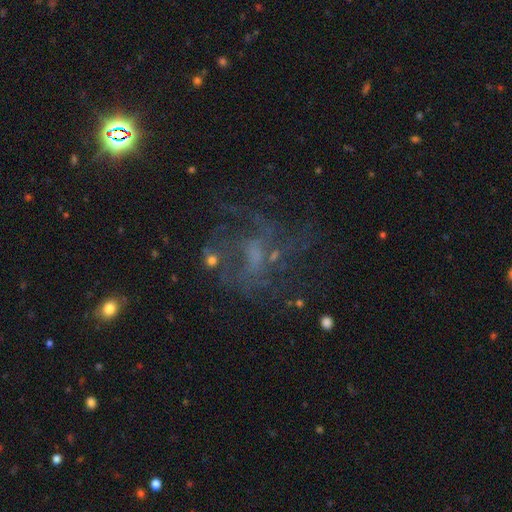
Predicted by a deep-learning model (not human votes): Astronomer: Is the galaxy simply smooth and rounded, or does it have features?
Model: featured or disk — 60%.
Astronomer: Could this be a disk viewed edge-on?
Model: no — 97%.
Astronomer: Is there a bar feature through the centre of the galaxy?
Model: no — 63%.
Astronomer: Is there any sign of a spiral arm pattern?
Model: yes — 54% (runner-up: no, 46%).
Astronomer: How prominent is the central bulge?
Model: none — 41% (runner-up: small, 34%).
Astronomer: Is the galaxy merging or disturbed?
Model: none — 50% (runner-up: major disturbance, 30%).